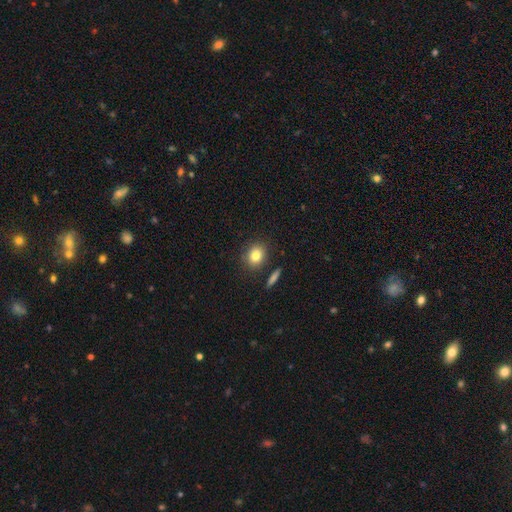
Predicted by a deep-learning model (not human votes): smooth 81%, star or artifact 10%, featured or disk 9%. Down the decision tree: how rounded — round (63%); merging — none (84%).